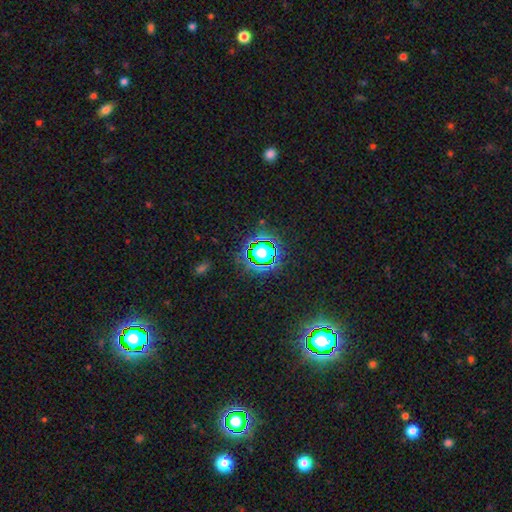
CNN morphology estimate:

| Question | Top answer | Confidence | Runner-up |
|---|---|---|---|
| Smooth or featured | star or artifact | 80% | smooth (13%) |